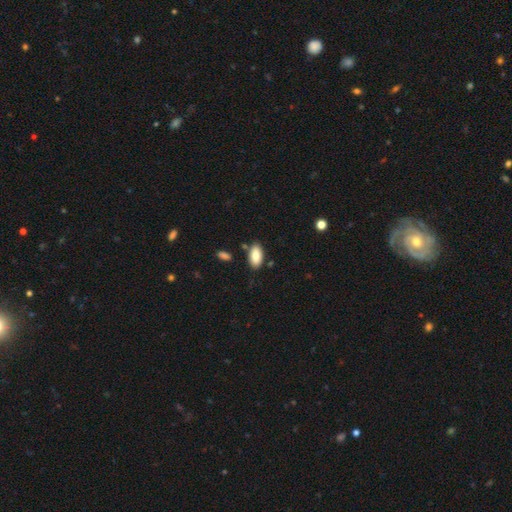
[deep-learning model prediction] Q: Smooth or featured?
A: smooth (84%); runner-up: featured or disk (9%)
Q: How rounded?
A: in between (93%); runner-up: cigar-shaped (5%)
Q: Merging?
A: none (81%); runner-up: minor disturbance (11%)